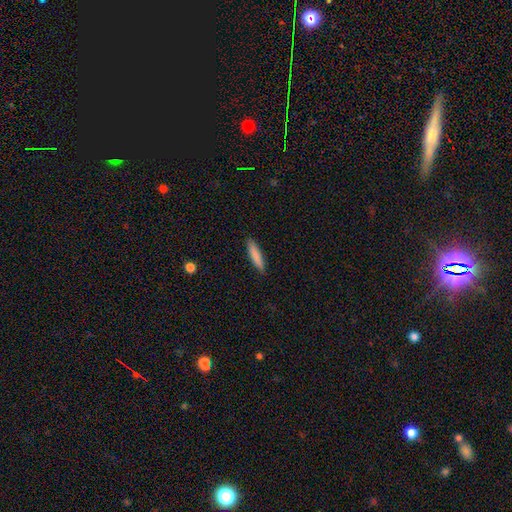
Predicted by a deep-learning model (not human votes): Smooth or featured? Predicted: smooth (p=0.84). How rounded? Predicted: cigar-shaped (p=0.84). Merging? Predicted: none (p=0.89).